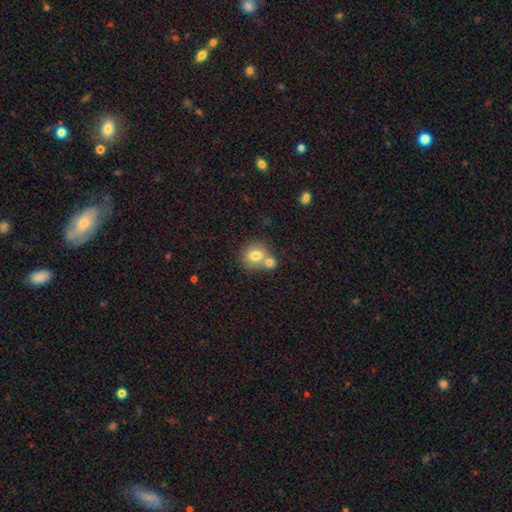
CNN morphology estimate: This appears to be a smooth galaxy with no disk features (76%) that is round (72%). Merging: merger (46%).